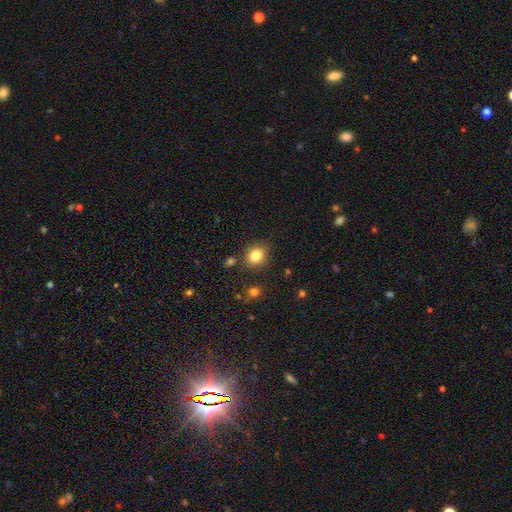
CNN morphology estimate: smooth_or_featured: smooth (p=0.83) [alt: star or artifact p=0.11]
how_rounded: round (p=0.70) [alt: in between p=0.29]
merging: none (p=0.83) [alt: minor disturbance p=0.10]